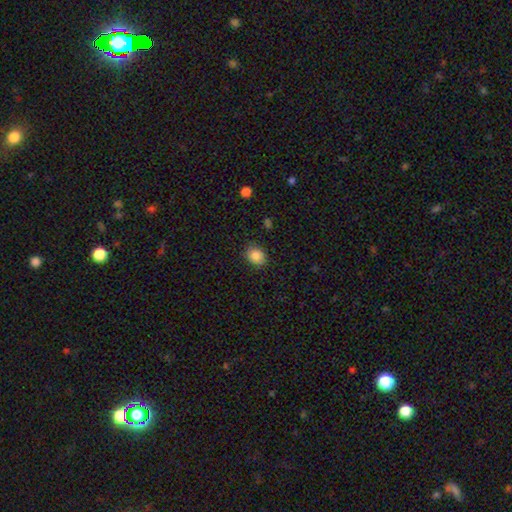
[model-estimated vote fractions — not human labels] Smooth or featured? smooth (86%)
How rounded? round (53%)
Merging? none (85%)